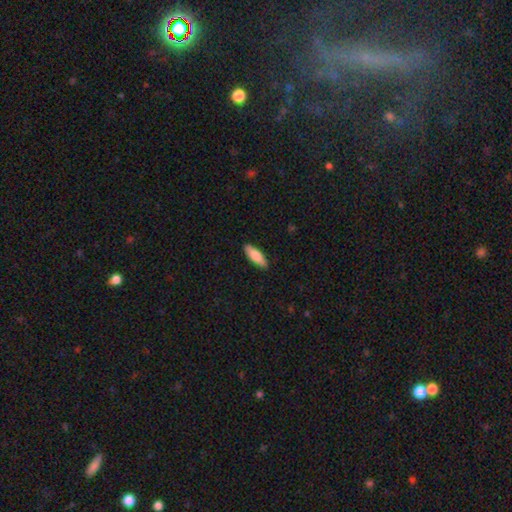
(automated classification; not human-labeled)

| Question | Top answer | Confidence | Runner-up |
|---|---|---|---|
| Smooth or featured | smooth | 78% | featured or disk (17%) |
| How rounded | in between | 57% | cigar-shaped (42%) |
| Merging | none | 89% | minor disturbance (8%) |